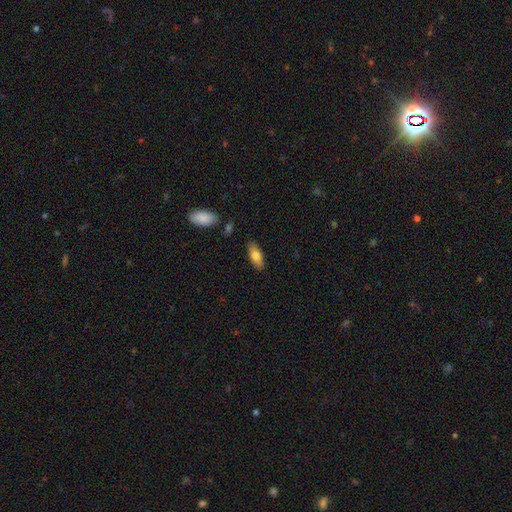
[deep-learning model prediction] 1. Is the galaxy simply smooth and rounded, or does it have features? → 76% smooth, 18% featured or disk, 6% star or artifact.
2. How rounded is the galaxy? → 78% in between, 20% cigar-shaped, 2% round.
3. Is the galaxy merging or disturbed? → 85% none, 10% minor disturbance, 2% major disturbance, 2% merger.